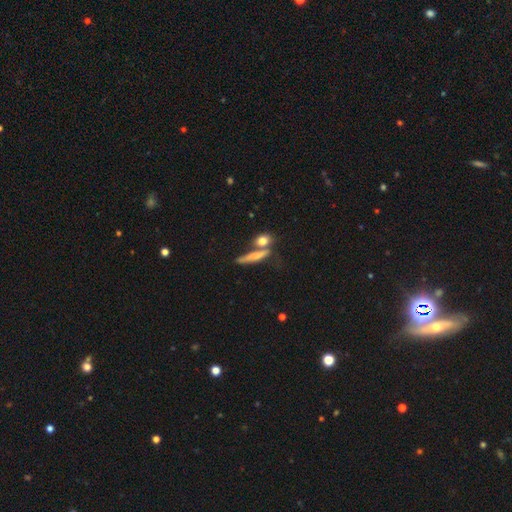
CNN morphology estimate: A smooth galaxy with no disk features (64%) that is cigar-shaped (69%).

Vote fractions:
- Smooth or featured? smooth: 64% / featured or disk: 27% / star or artifact: 9%
- How rounded? cigar-shaped: 69% / in between: 19% / round: 12%
- Merging? none: 54% / merger: 24% / minor disturbance: 14% / major disturbance: 8%